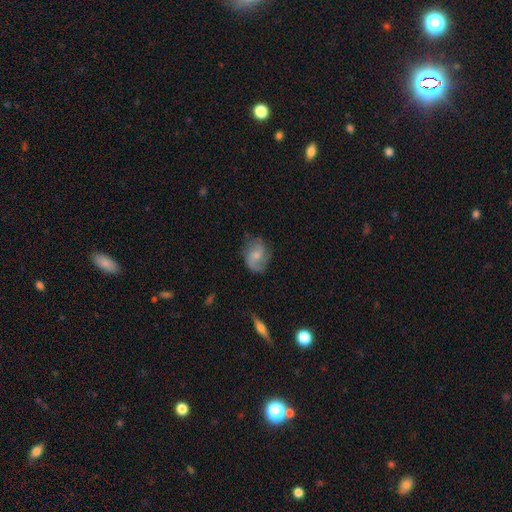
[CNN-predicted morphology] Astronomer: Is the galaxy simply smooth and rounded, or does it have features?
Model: featured or disk — 52% (runner-up: smooth, 41%).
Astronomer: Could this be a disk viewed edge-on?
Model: no — 97%.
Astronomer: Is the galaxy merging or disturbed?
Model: none — 62%.